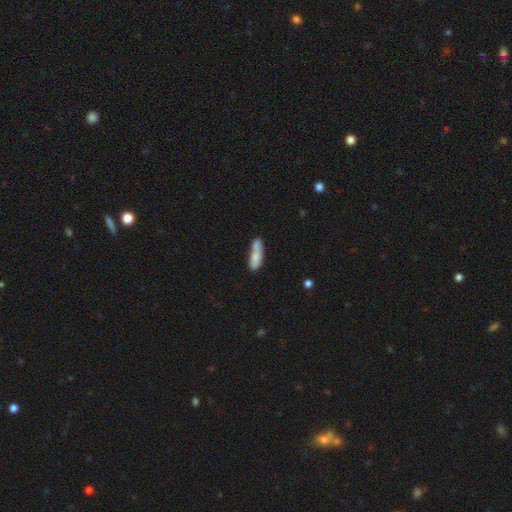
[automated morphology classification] smooth 75%, featured or disk 18%, star or artifact 7%. Down the decision tree: how rounded — in between (51%); merging — none (43%).